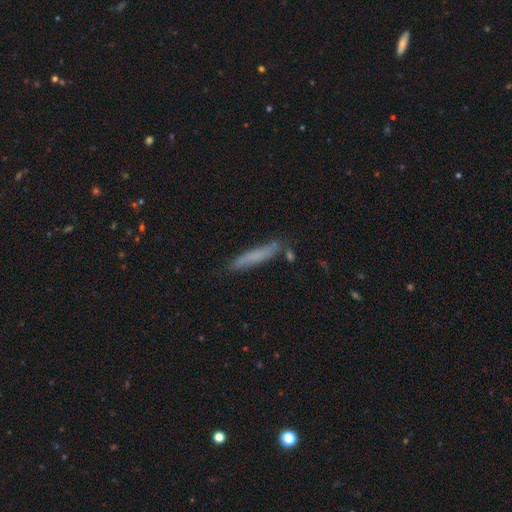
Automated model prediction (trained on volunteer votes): This is likely a smooth galaxy (69%). How rounded: clearly cigar-shaped (92%). Merging: likely none (78%).